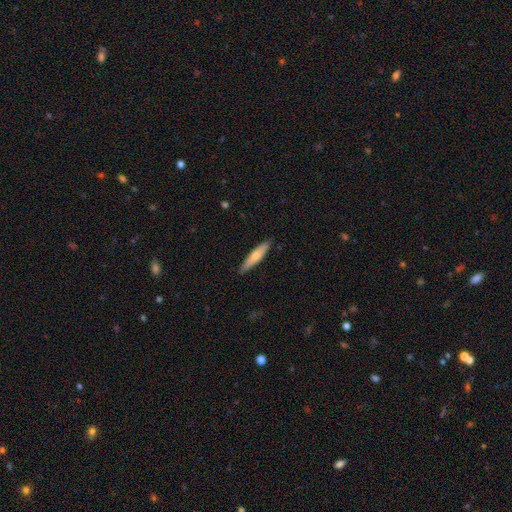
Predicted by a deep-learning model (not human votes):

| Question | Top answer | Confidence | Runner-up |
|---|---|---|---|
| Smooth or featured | smooth | 63% | featured or disk (31%) |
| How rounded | cigar-shaped | 82% | in between (17%) |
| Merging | none | 87% | minor disturbance (10%) |